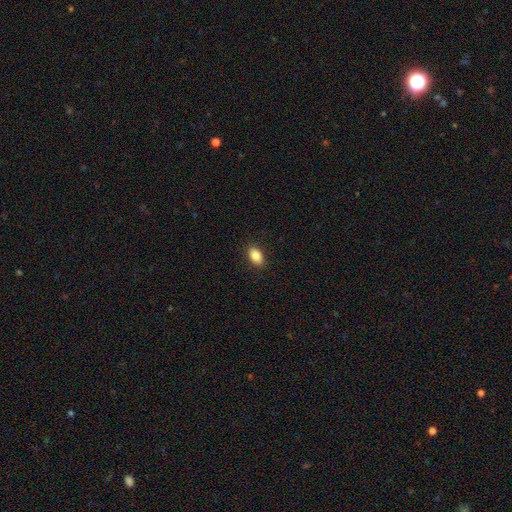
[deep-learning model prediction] Smooth or featured: smooth — 85% (star or artifact — 8%)
How rounded: in between — 88% (round — 10%)
Merging: none — 89% (minor disturbance — 8%)